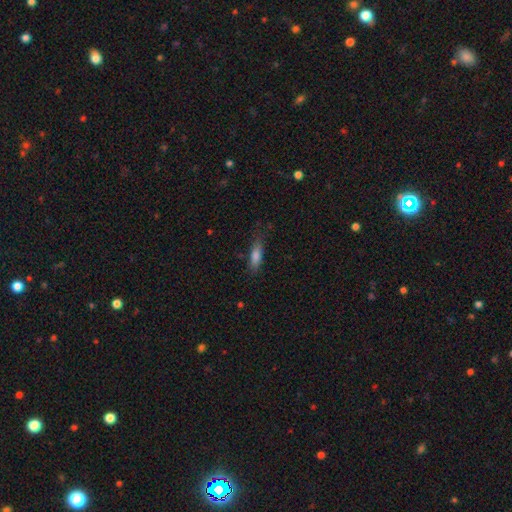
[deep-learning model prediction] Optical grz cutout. It shows a smooth galaxy with no disk features (77%) that is cigar-shaped (53%). Merging: none (72%).